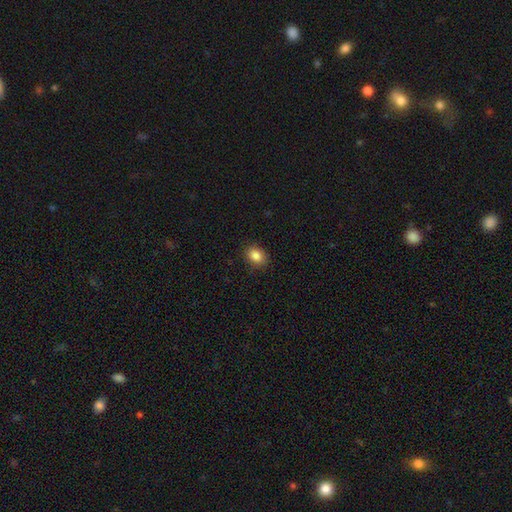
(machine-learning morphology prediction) Smooth or featured: smooth — 86% (star or artifact — 9%)
How rounded: in between — 66% (round — 33%)
Merging: none — 87% (minor disturbance — 9%)